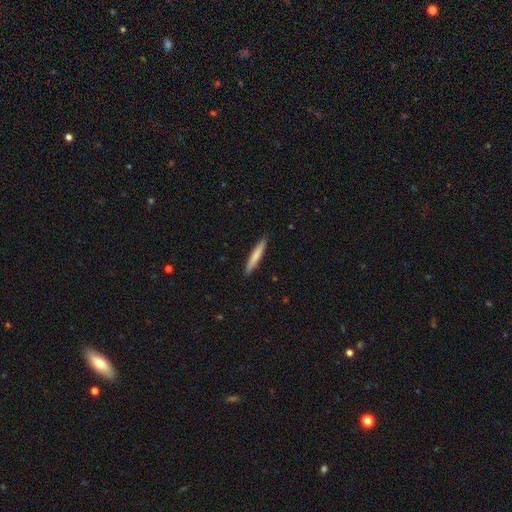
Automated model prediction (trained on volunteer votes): This is likely a smooth galaxy (76%). How rounded: clearly cigar-shaped (94%). Merging: clearly none (90%).